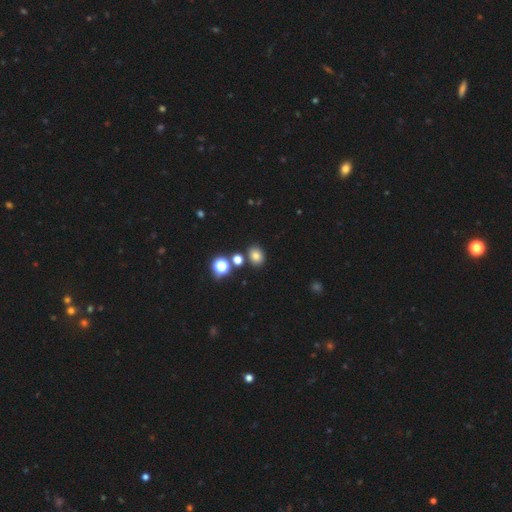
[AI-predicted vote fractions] Q: Smooth or featured?
A: smooth (75%); runner-up: star or artifact (18%)
Q: How rounded?
A: round (54%); runner-up: in between (45%)
Q: Merging?
A: none (81%); runner-up: minor disturbance (9%)